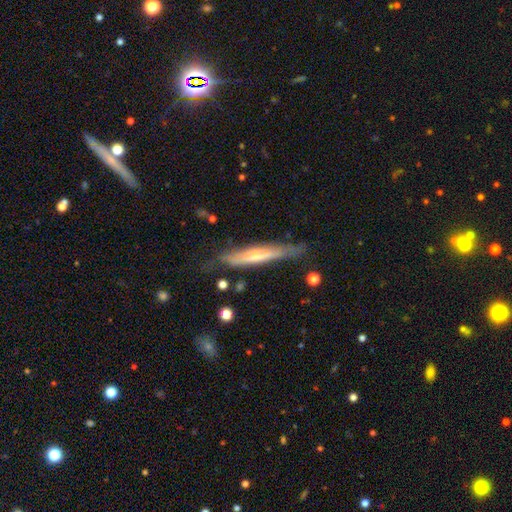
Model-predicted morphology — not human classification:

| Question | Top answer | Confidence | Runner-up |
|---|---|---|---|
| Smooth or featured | featured or disk | 54% | smooth (40%) |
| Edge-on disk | yes | 84% | no (16%) |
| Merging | none | 67% | minor disturbance (24%) |